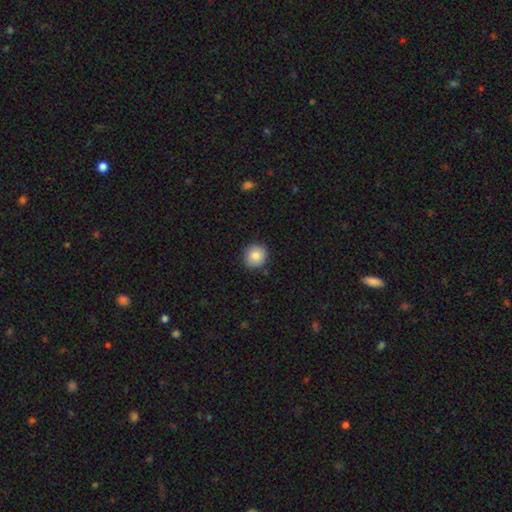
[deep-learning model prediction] smooth_or_featured: smooth (p=0.85) [alt: star or artifact p=0.08]
how_rounded: round (p=0.89) [alt: in between p=0.10]
merging: none (p=0.87) [alt: minor disturbance p=0.10]